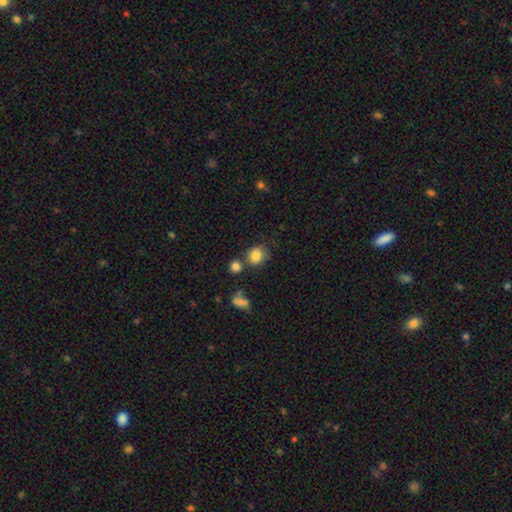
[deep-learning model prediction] Smooth or featured? Predicted: smooth (p=0.83). How rounded? Predicted: round (p=0.72). Merging? Predicted: none (p=0.61).